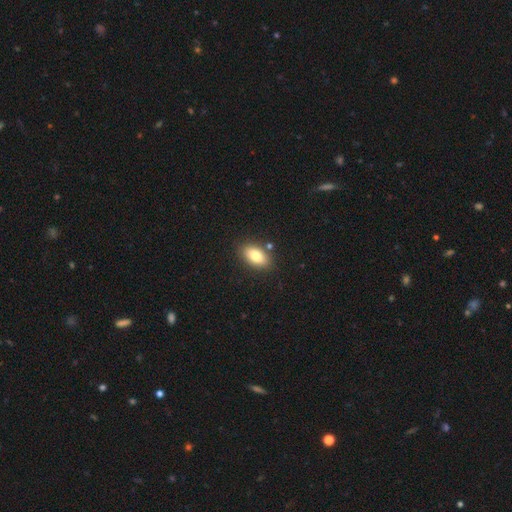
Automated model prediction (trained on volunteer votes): Q: Smooth or featured?
A: smooth (81%); runner-up: featured or disk (11%)
Q: How rounded?
A: in between (91%); runner-up: round (6%)
Q: Merging?
A: none (84%); runner-up: minor disturbance (10%)